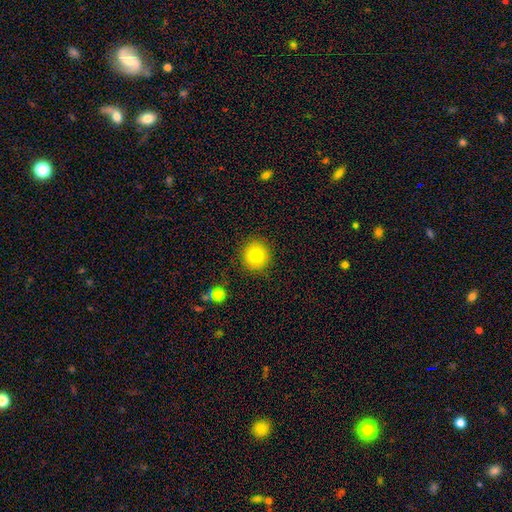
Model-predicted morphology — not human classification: The model was most divided on "smooth or featured": smooth: 81%, star or artifact: 10%, featured or disk: 9%. More confident: how rounded — round (90%); merging — none (87%).